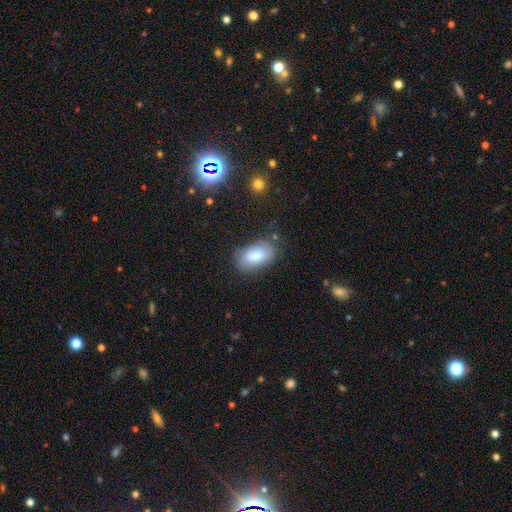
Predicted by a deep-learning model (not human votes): smooth-or-featured: smooth: 81% | featured or disk: 12% | star or artifact: 7%
  how-rounded: in between: 92% | round: 5% | cigar-shaped: 2%
  merging: none: 71% | minor disturbance: 20% | major disturbance: 6% | merger: 3%